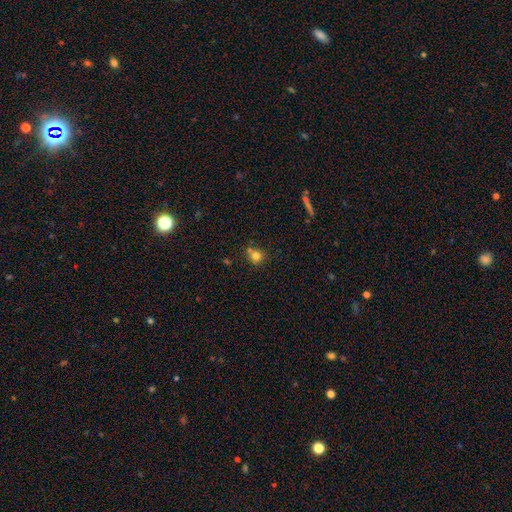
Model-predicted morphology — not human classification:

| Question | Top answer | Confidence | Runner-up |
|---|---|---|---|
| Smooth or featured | smooth | 77% | star or artifact (13%) |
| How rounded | round | 81% | in between (18%) |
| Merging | none | 63% | merger (17%) |